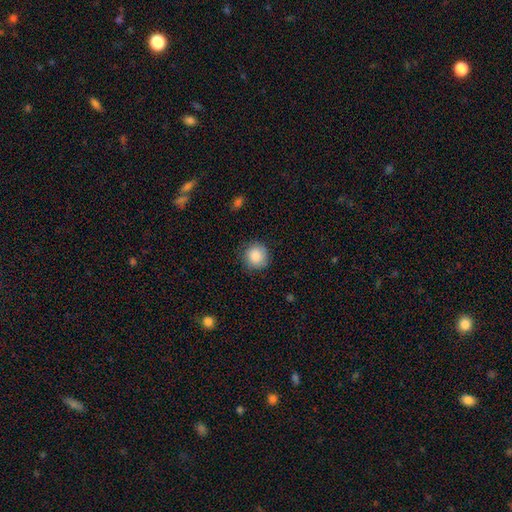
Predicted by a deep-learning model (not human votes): Smooth or featured? smooth (87%)
How rounded? round (92%)
Merging? none (84%)